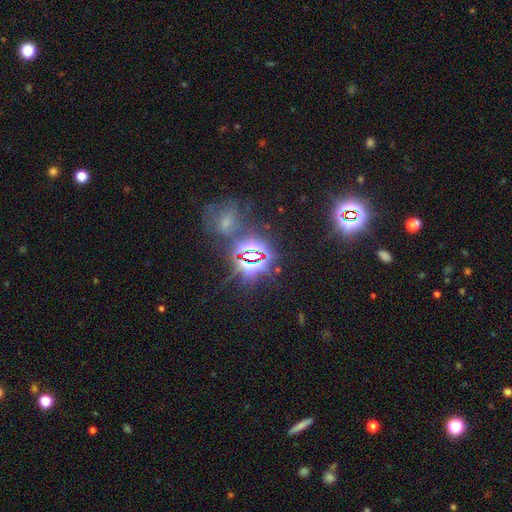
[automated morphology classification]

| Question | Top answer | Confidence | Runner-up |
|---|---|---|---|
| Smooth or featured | star or artifact | 80% | smooth (12%) |